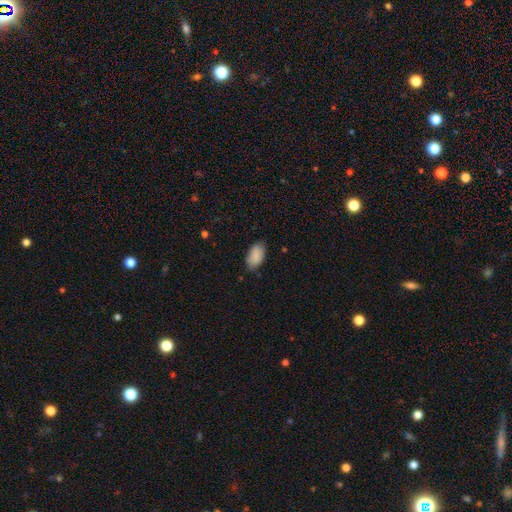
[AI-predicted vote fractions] Smooth or featured: smooth — 89% (star or artifact — 7%)
How rounded: in between — 94% (round — 4%)
Merging: none — 79% (minor disturbance — 17%)